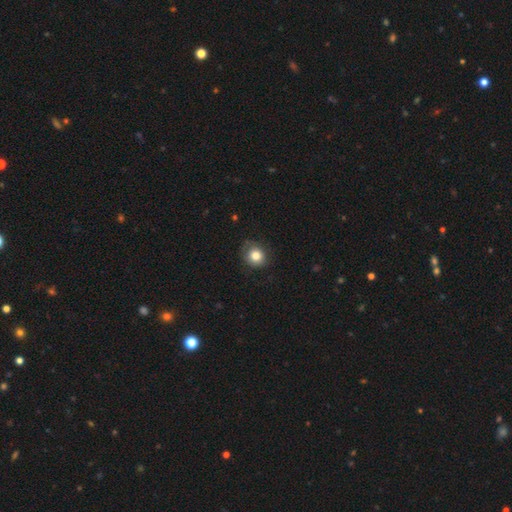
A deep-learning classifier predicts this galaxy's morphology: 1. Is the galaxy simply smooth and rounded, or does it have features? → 81% smooth, 10% star or artifact, 9% featured or disk.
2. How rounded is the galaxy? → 80% round, 19% in between, 1% cigar-shaped.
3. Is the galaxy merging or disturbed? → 75% none, 18% minor disturbance, 5% major disturbance, 1% merger.